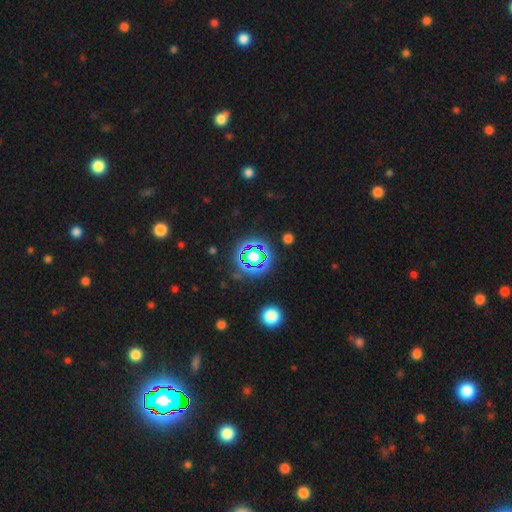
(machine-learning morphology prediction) type=star or artifact (59%).